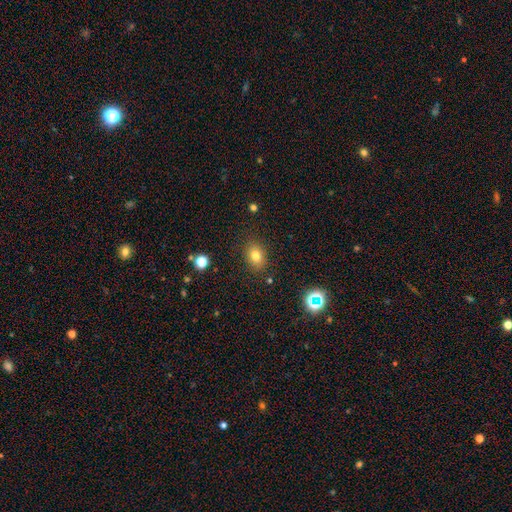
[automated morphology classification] Smooth or featured? smooth (79%)
How rounded? in between (66%)
Merging? none (86%)